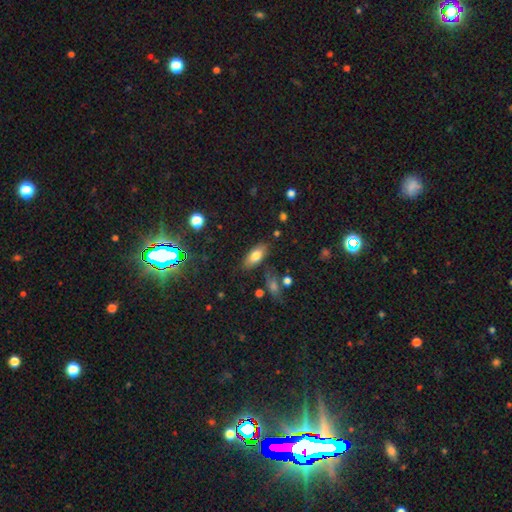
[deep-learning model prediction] smooth 76%, featured or disk 14%, star or artifact 9%. Down the decision tree: how rounded — in between (85%); merging — none (79%).